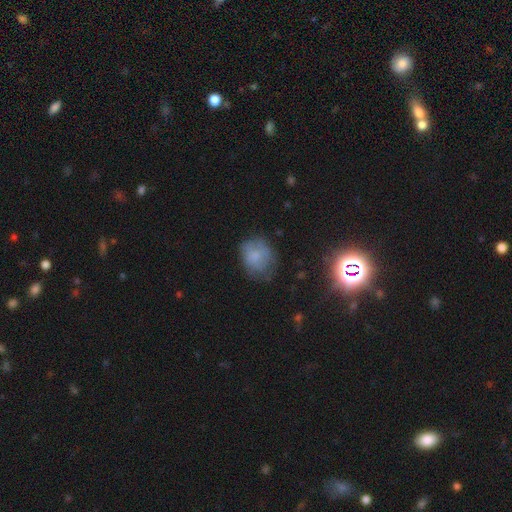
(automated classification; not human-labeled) Morphology: type=smooth (69%); roundness=round (64%); merging=none (56%).